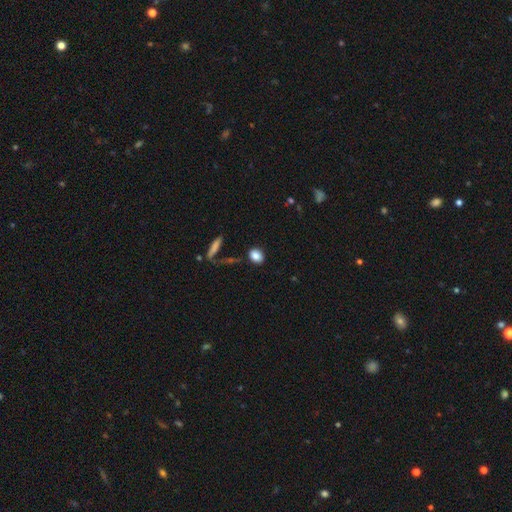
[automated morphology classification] smooth_or_featured: smooth (p=0.86) [alt: star or artifact p=0.09]
how_rounded: in between (p=0.57) [alt: round p=0.41]
merging: none (p=0.82) [alt: minor disturbance p=0.11]